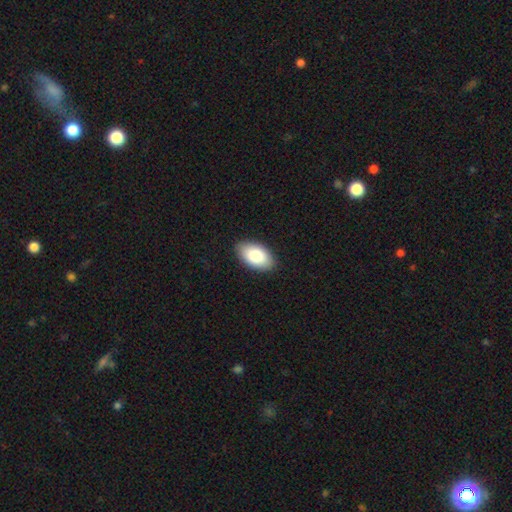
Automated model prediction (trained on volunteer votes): This is clearly a smooth galaxy (83%). How rounded: clearly in between (95%). Merging: clearly none (89%).